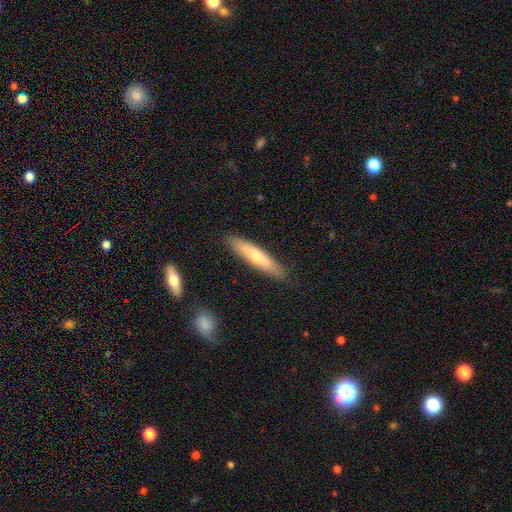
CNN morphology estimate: smooth 58%, featured or disk 36%, star or artifact 6%. Down the decision tree: how rounded — cigar-shaped (85%); merging — none (87%).